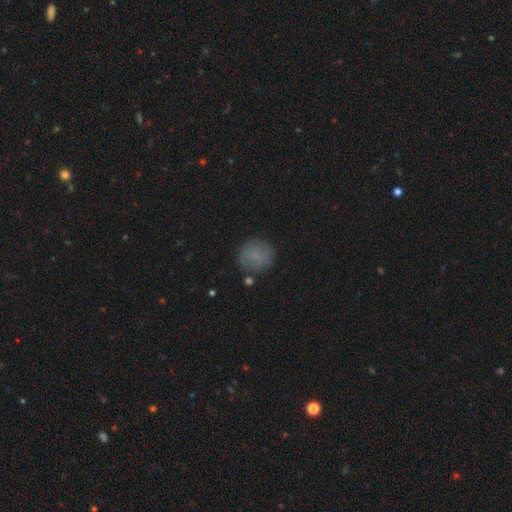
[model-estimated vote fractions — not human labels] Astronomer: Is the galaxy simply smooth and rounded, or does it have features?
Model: smooth — 77%.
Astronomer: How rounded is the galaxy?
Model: round — 88%.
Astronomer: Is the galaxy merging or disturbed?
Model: none — 78%.